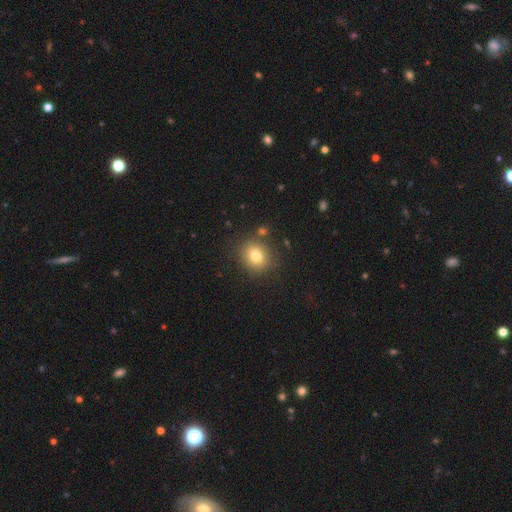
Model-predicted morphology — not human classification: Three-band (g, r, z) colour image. It shows a smooth galaxy with no disk features (78%) that is round (76%). Merging: none (82%).